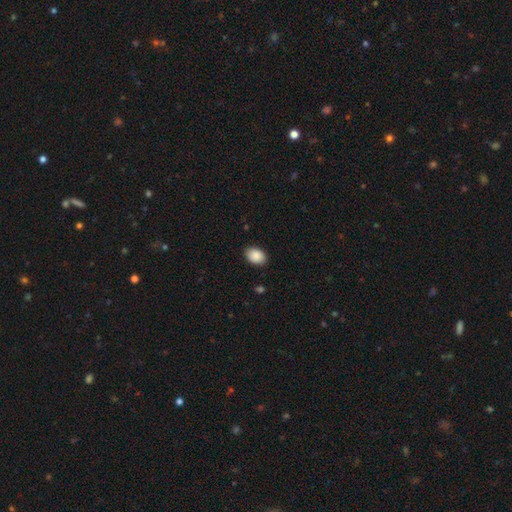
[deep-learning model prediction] A smooth galaxy with no disk features (90%) that is in between round and cigar-shaped (80%). Merging: none (89%).